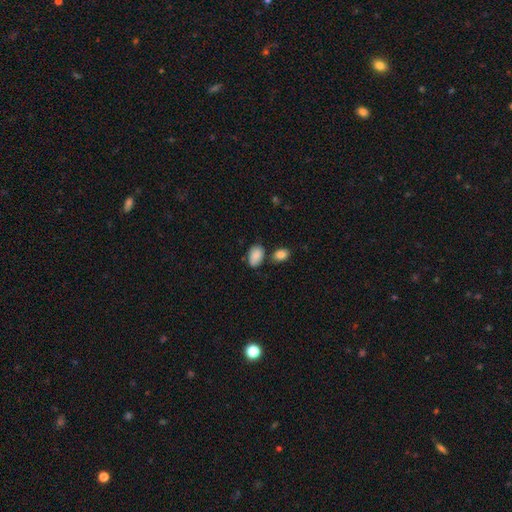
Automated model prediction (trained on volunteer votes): smooth 86%, star or artifact 7%, featured or disk 6%. Down the decision tree: how rounded — in between (90%); merging — none (62%).